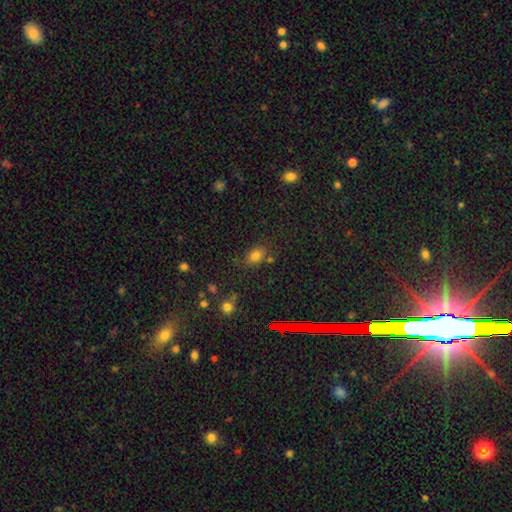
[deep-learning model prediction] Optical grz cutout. It shows a smooth galaxy with no disk features (74%) that is in between round and cigar-shaped (67%). Merging: none (71%).